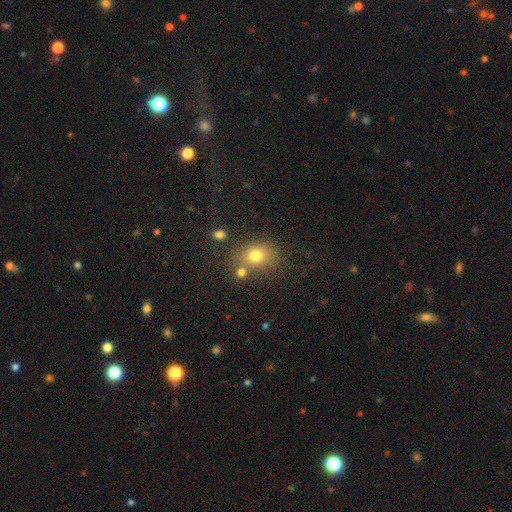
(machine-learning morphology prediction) type=smooth (75%); roundness=round (58%); merging=none (64%).